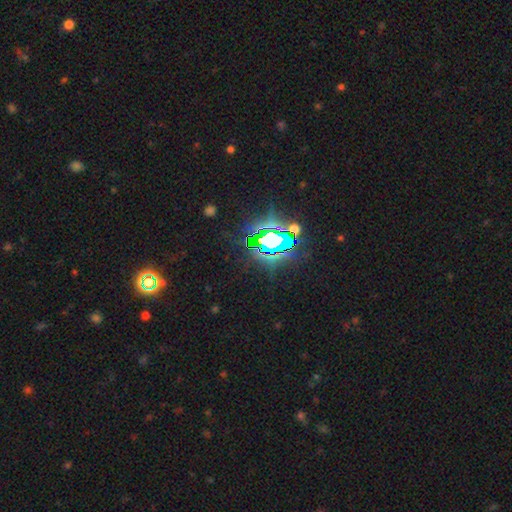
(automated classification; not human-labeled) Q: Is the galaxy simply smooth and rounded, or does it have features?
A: star or artifact — 82%.